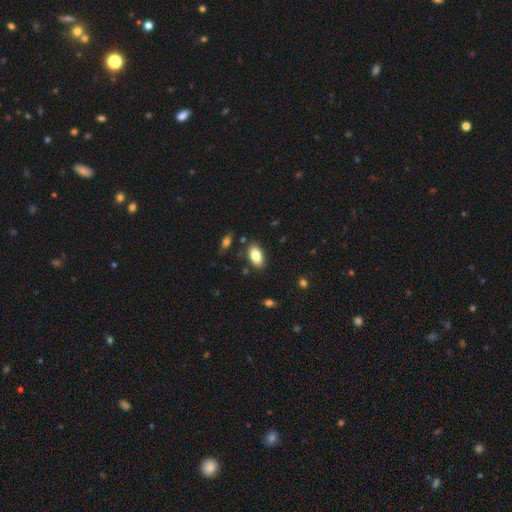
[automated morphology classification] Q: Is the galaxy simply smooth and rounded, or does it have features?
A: smooth — 83%.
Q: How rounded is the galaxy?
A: in between — 92%.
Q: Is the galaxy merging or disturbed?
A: none — 85%.